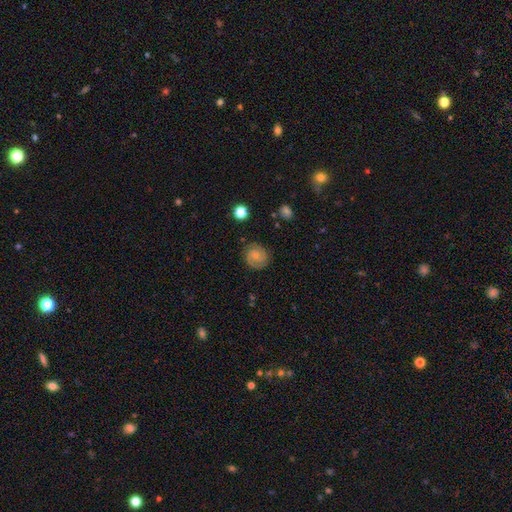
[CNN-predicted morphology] featured or disk 74%, smooth 19%, star or artifact 8%. Down the decision tree: edge-on disk — no (98%); bar — no (66%); spiral arms — yes (95%); spiral arm count — 2 (78%); spiral winding — tight (62%); bulge size — small (61%); merging — none (82%).